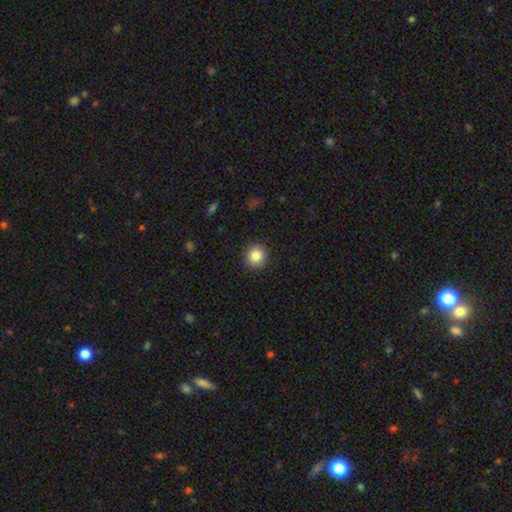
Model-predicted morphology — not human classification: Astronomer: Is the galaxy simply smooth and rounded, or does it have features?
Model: smooth — 85%.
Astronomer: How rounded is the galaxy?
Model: round — 90%.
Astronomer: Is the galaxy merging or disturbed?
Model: none — 91%.